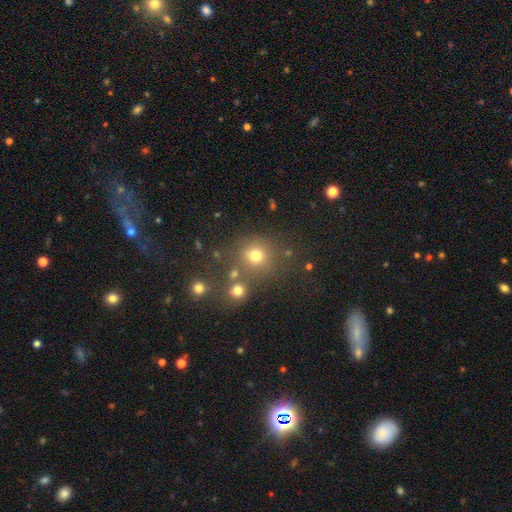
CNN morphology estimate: Smooth or featured: smooth — 71% (star or artifact — 20%)
How rounded: round — 86% (in between — 13%)
Merging: none — 69% (merger — 15%)